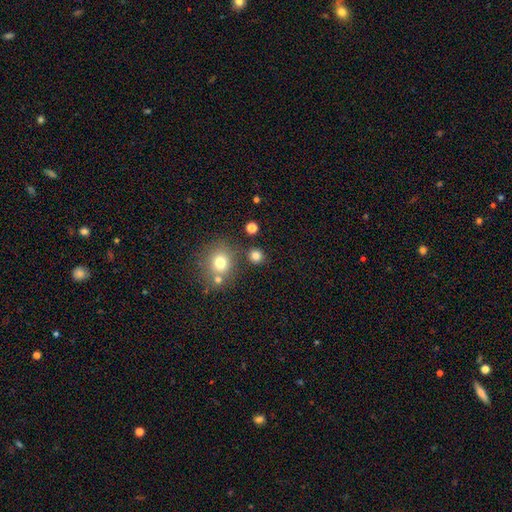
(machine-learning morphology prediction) smooth-or-featured: smooth: 80% | star or artifact: 14% | featured or disk: 6%
  how-rounded: round: 88% | in between: 11% | cigar-shaped: 1%
  merging: none: 80% | merger: 8% | minor disturbance: 8% | major disturbance: 3%